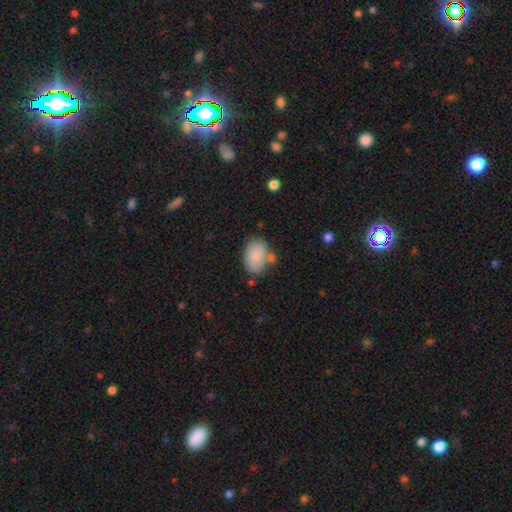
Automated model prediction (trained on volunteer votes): This is clearly a smooth galaxy (83%). How rounded: clearly in between (85%). Merging: possibly none (59%).